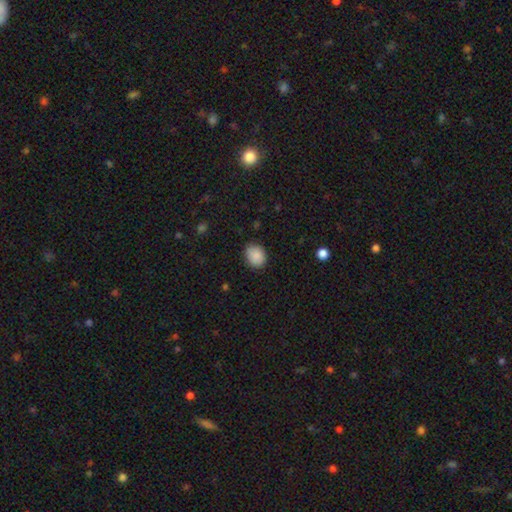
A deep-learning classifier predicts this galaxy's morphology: smooth 88%, star or artifact 8%, featured or disk 4%. Down the decision tree: how rounded — round (52%); merging — none (83%).